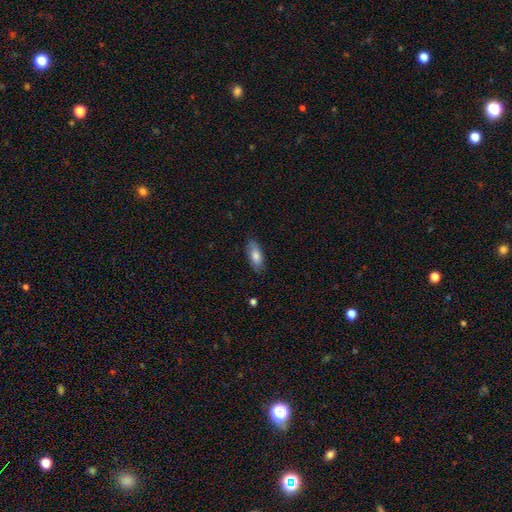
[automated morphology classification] smooth 78%, featured or disk 15%, star or artifact 7%. Down the decision tree: how rounded — in between (82%); merging — none (82%).